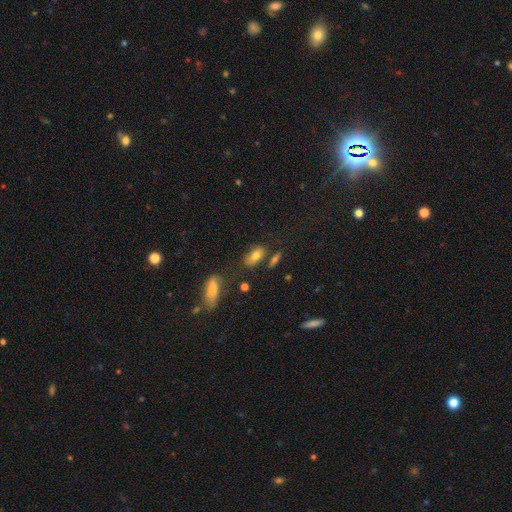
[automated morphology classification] Smooth or featured: smooth — 74% (featured or disk — 17%)
How rounded: in between — 85% (cigar-shaped — 10%)
Merging: none — 64% (minor disturbance — 17%)